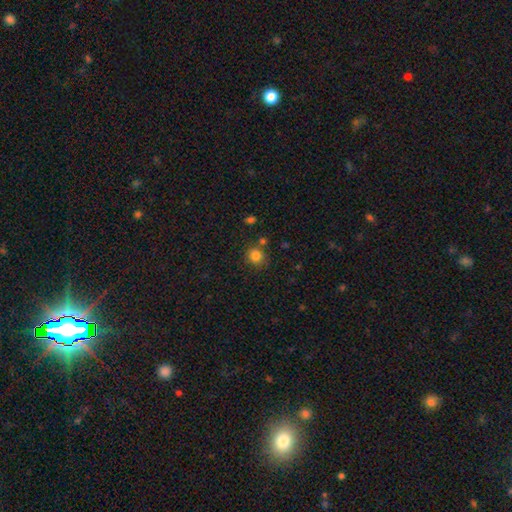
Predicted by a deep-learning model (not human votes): Smooth or featured?
  - smooth: 83% *
  - star or artifact: 12%
  - featured or disk: 5%
How rounded?
  - round: 90% *
  - in between: 10%
  - cigar-shaped: 1%
Merging?
  - none: 76% *
  - minor disturbance: 12%
  - merger: 9%
  - major disturbance: 3%